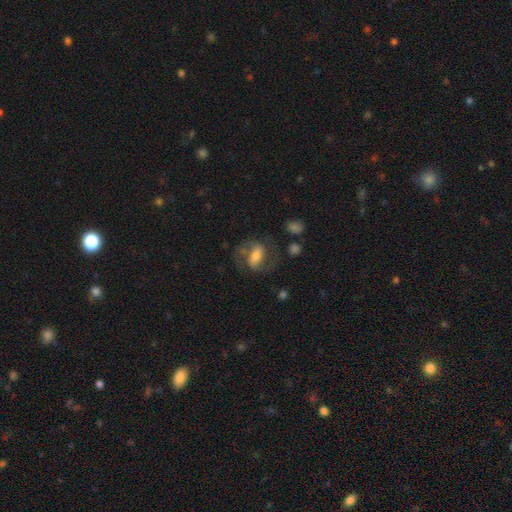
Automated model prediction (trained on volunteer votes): Morphology: type=featured or disk (58%); edge-on=no (94%); bar=strong (45%); spiral arms=yes (80%); bulge=moderate (46%); merging=none (62%).